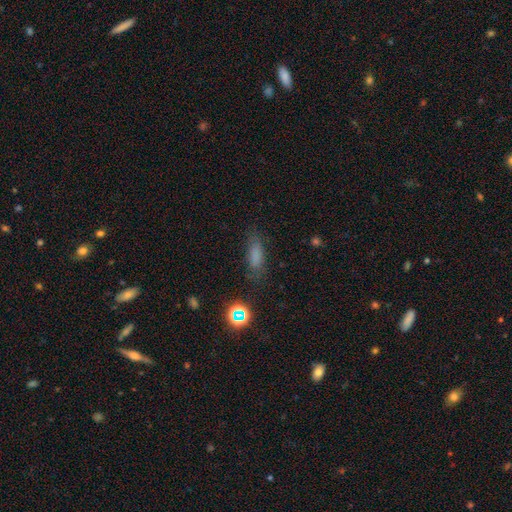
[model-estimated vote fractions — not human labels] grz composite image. It shows a smooth galaxy with no disk features (73%) that is in between round and cigar-shaped (55%). Merging: none (75%).